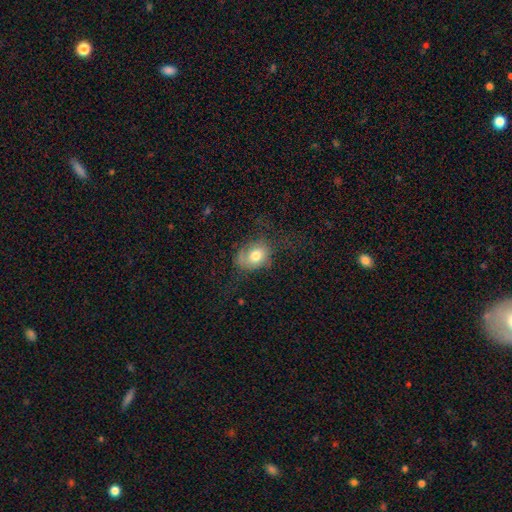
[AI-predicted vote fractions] Smooth or featured? Predicted: smooth (p=0.69). How rounded? Predicted: in between (p=0.56). Merging? Predicted: none (p=0.48).